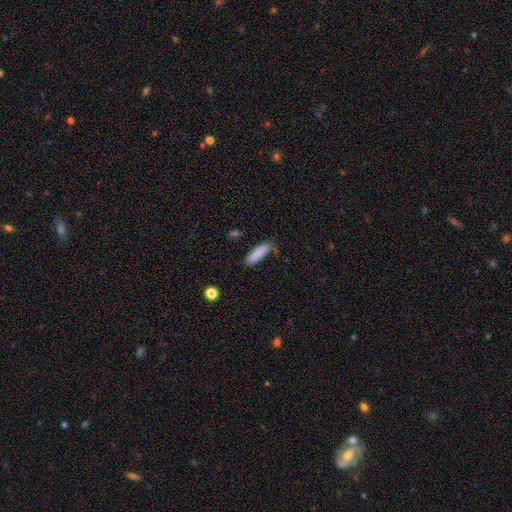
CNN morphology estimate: smooth_or_featured: smooth (p=0.85) [alt: star or artifact p=0.08]
how_rounded: cigar-shaped (p=0.69) [alt: in between p=0.29]
merging: none (p=0.75) [alt: minor disturbance p=0.18]